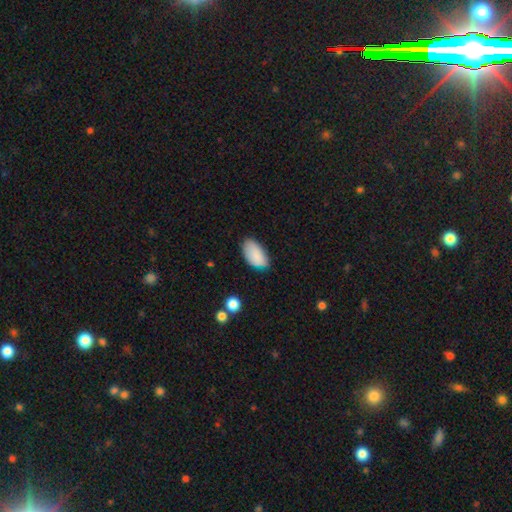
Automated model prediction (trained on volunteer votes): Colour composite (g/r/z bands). It shows a smooth galaxy with no disk features (86%) that is in between round and cigar-shaped (95%). Merging: none (71%).